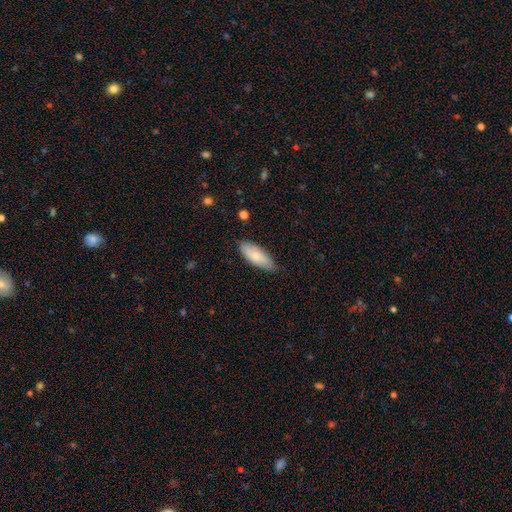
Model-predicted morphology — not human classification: Smooth or featured?
  - smooth: 72% *
  - featured or disk: 22%
  - star or artifact: 6%
How rounded?
  - in between: 79% *
  - cigar-shaped: 19%
  - round: 2%
Merging?
  - none: 79% *
  - minor disturbance: 18%
  - major disturbance: 3%
  - merger: 1%